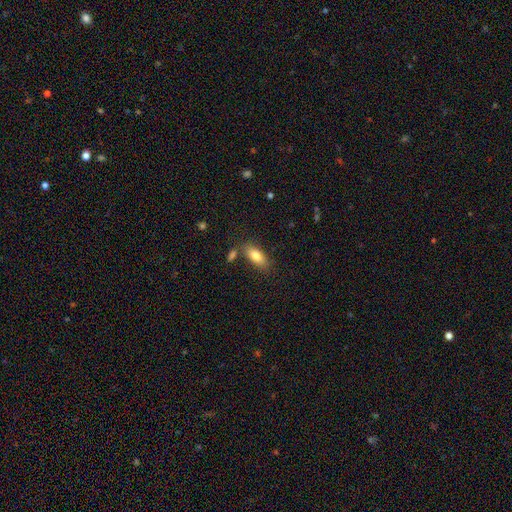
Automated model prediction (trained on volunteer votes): This is clearly a smooth galaxy (81%). How rounded: clearly in between (83%). Merging: likely none (74%).